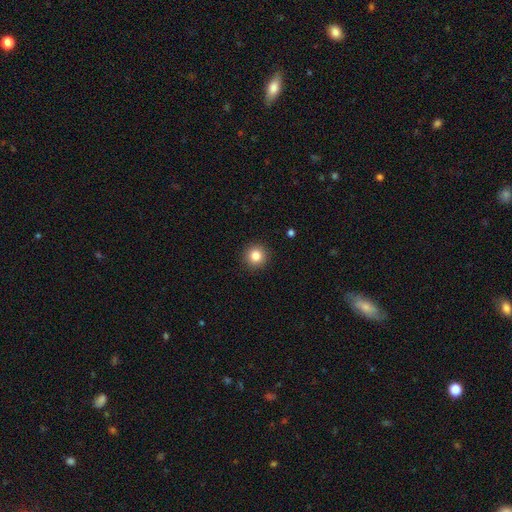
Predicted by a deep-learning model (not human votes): smooth_or_featured: smooth (p=0.83) [alt: star or artifact p=0.11]
how_rounded: round (p=0.95) [alt: in between p=0.04]
merging: none (p=0.92) [alt: minor disturbance p=0.05]